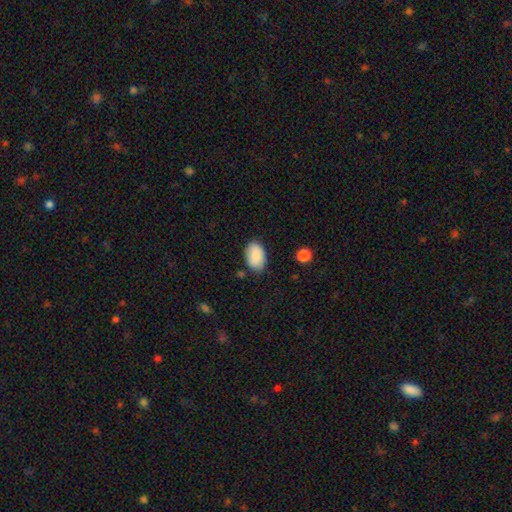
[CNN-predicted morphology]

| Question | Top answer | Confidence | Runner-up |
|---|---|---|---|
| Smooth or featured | smooth | 88% | star or artifact (7%) |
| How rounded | in between | 89% | round (10%) |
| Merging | none | 80% | minor disturbance (15%) |